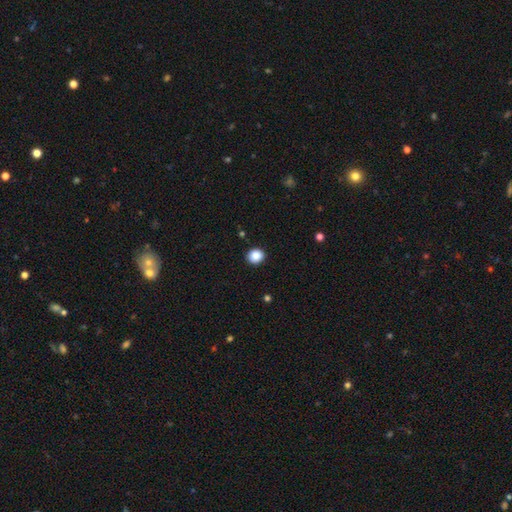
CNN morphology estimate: Q: Smooth or featured?
A: smooth (88%); runner-up: star or artifact (9%)
Q: How rounded?
A: round (80%); runner-up: in between (19%)
Q: Merging?
A: none (91%); runner-up: minor disturbance (6%)